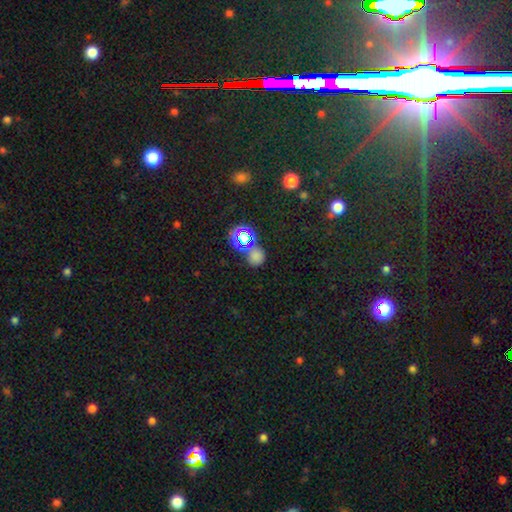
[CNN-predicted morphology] The model was most divided on "smooth or featured": smooth: 59%, star or artifact: 34%, featured or disk: 7%. More confident: how rounded — round (79%); merging — none (62%).